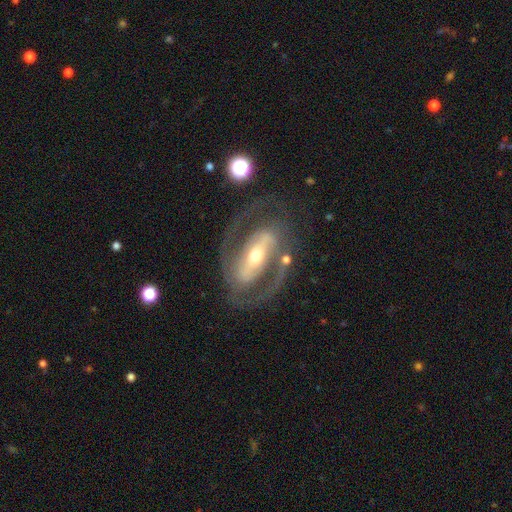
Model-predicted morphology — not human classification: The model was most divided on "spiral winding": medium: 49%, tight: 37%, loose: 15%. More confident: edge-on disk — no (94%); smooth or featured — featured or disk (88%); spiral arms — yes (88%); spiral arm count — 2 (87%); merging — none (74%); bar — strong (67%); bulge size — moderate (56%).